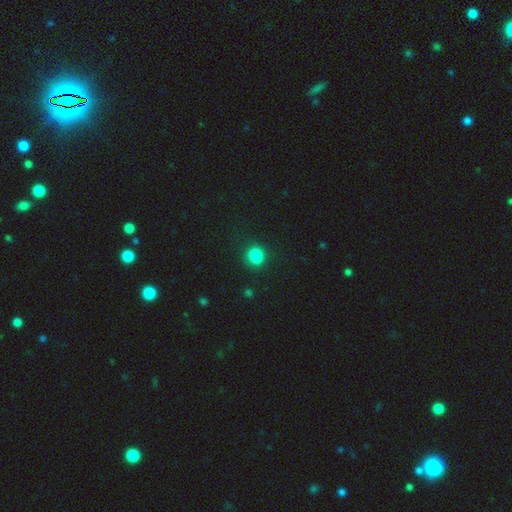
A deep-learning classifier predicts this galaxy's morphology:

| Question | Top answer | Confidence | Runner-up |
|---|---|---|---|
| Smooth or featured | smooth | 83% | star or artifact (12%) |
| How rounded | round | 57% | in between (41%) |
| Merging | none | 72% | minor disturbance (17%) |